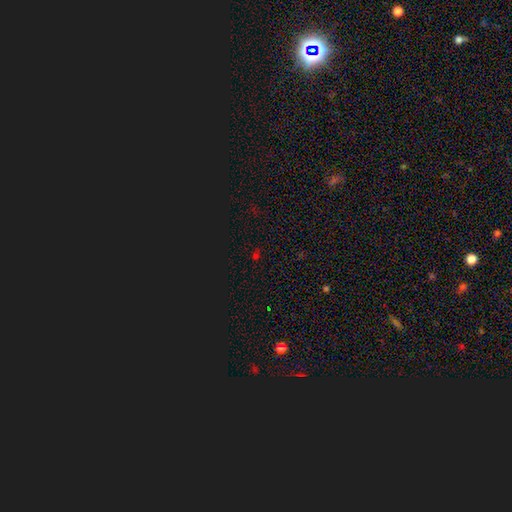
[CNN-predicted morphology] A star or artifact, not a galaxy (63%).

Vote fractions:
- Smooth or featured? star or artifact: 63% / smooth: 30% / featured or disk: 7%